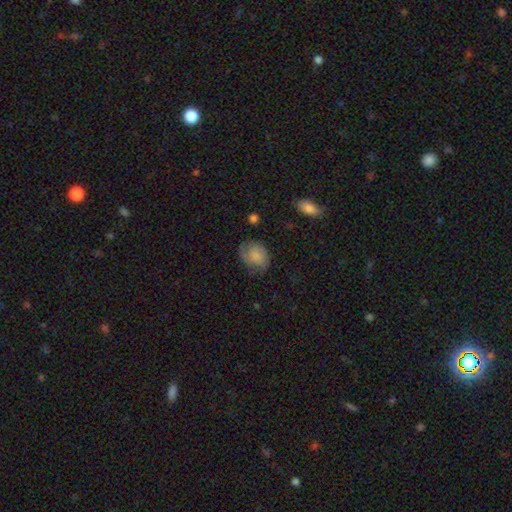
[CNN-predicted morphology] The model was most divided on "how rounded": in between: 61%, round: 38%, cigar-shaped: 1%. More confident: merging — none (60%); smooth or featured — smooth (59%).